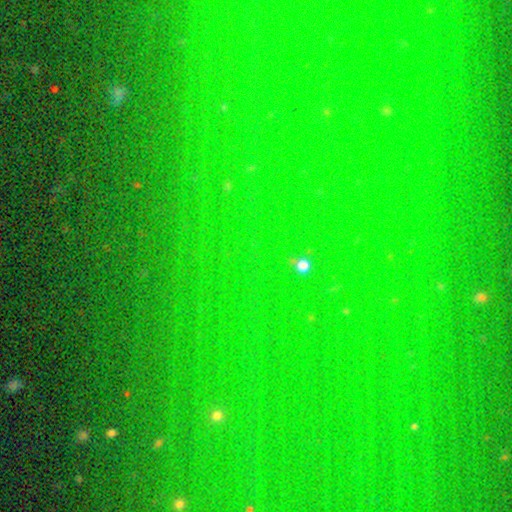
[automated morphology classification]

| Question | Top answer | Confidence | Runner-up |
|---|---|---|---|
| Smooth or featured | star or artifact | 81% | smooth (11%) |